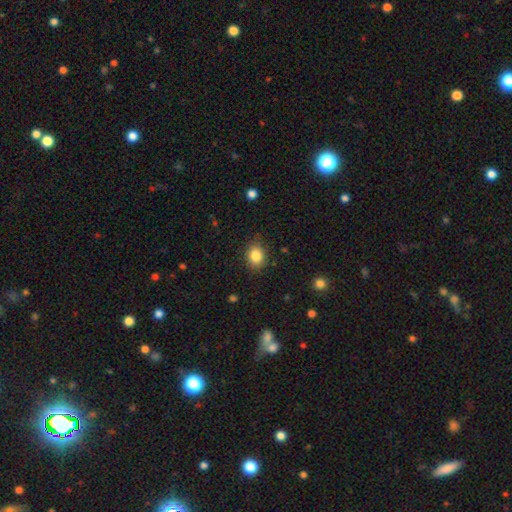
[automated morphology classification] smooth_or_featured: smooth (p=0.85) [alt: star or artifact p=0.09]
how_rounded: in between (p=0.52) [alt: round p=0.48]
merging: none (p=0.82) [alt: minor disturbance p=0.13]